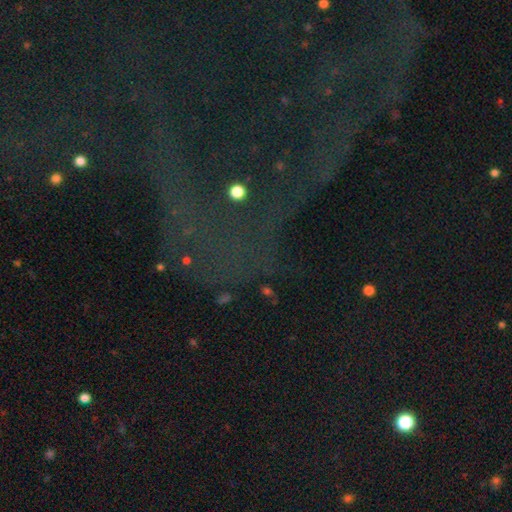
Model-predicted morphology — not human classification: Overall: star or artifact (76%).